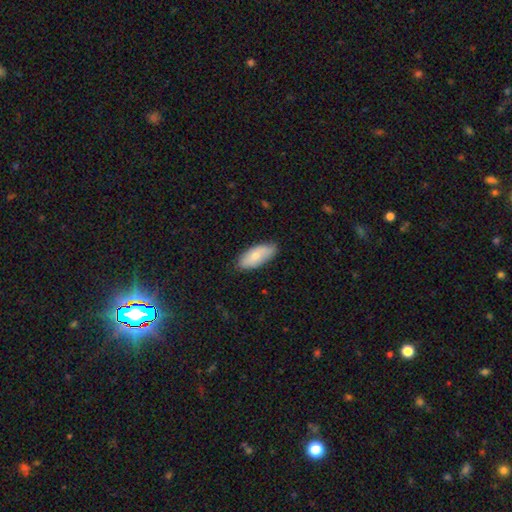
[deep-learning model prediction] smooth-or-featured: smooth: 72% | featured or disk: 22% | star or artifact: 6%
  how-rounded: in between: 88% | cigar-shaped: 10% | round: 2%
  merging: none: 81% | minor disturbance: 16% | major disturbance: 2% | merger: 1%